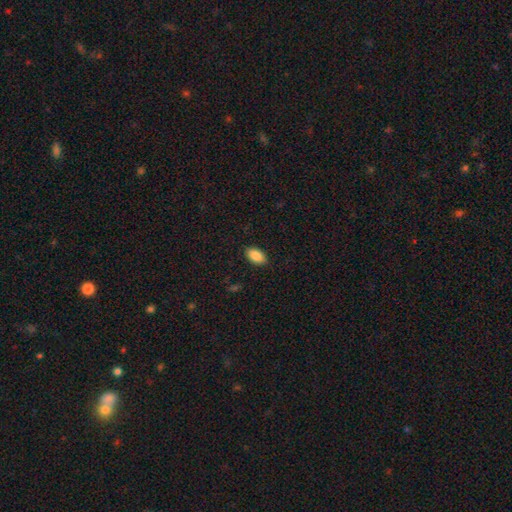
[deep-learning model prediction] Smooth or featured?
  - smooth: 89% *
  - star or artifact: 7%
  - featured or disk: 4%
How rounded?
  - in between: 94% *
  - round: 4%
  - cigar-shaped: 2%
Merging?
  - none: 88% *
  - minor disturbance: 8%
  - major disturbance: 2%
  - merger: 1%